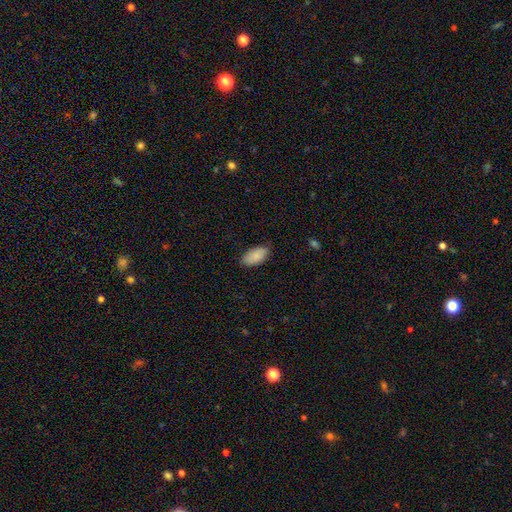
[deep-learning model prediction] Smooth or featured?
  - smooth: 87% *
  - featured or disk: 7%
  - star or artifact: 6%
How rounded?
  - in between: 94% *
  - cigar-shaped: 4%
  - round: 2%
Merging?
  - none: 83% *
  - minor disturbance: 14%
  - major disturbance: 2%
  - merger: 1%